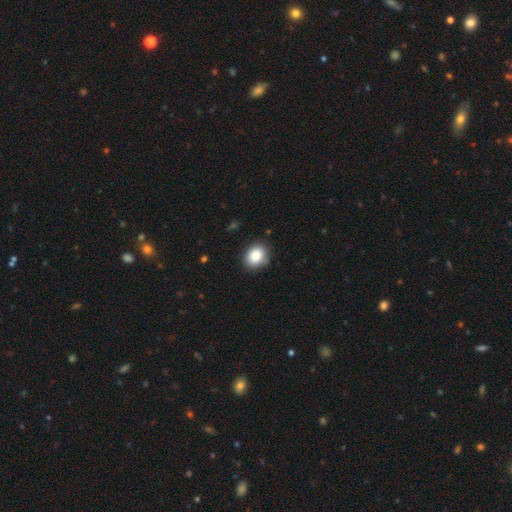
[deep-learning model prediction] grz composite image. It shows a smooth galaxy with no disk features (86%) that is round (50%). Merging: none (84%).